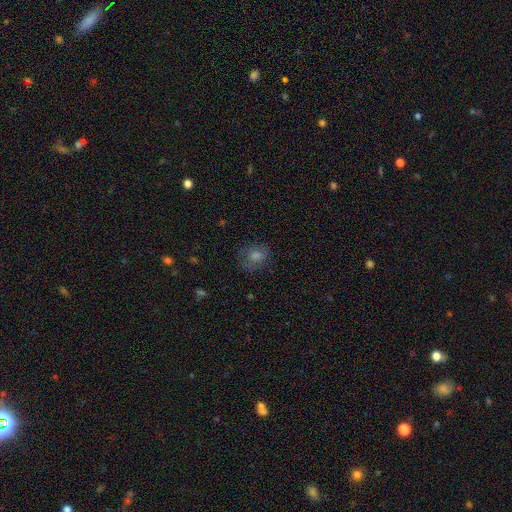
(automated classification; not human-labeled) This is possibly a smooth galaxy (58%). How rounded: likely round (66%). Merging: likely none (72%).